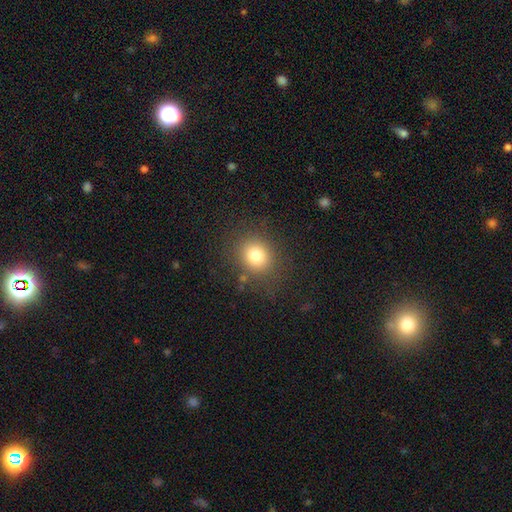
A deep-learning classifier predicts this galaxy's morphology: This is likely a smooth galaxy (78%). How rounded: likely round (77%). Merging: clearly none (83%).